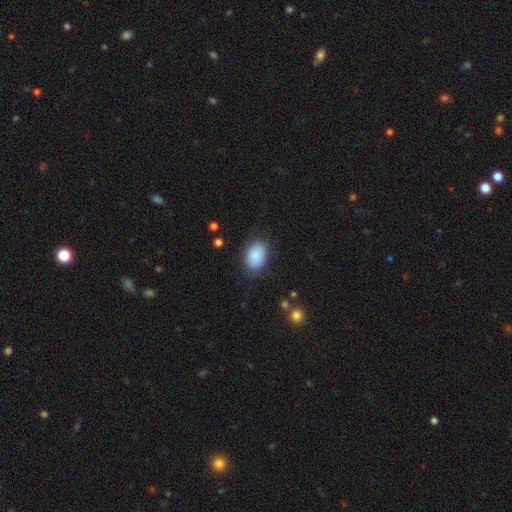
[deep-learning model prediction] smooth_or_featured: smooth (p=0.88) [alt: star or artifact p=0.07]
how_rounded: in between (p=0.85) [alt: round p=0.14]
merging: none (p=0.82) [alt: minor disturbance p=0.13]